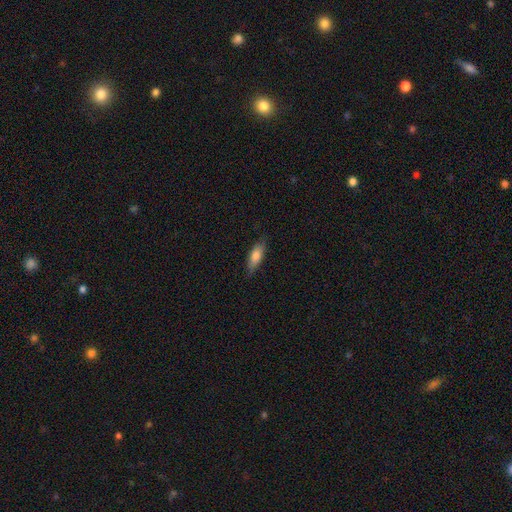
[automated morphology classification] This appears to be a smooth galaxy with no disk features (75%) that is in between round and cigar-shaped (62%). Merging: none (80%).